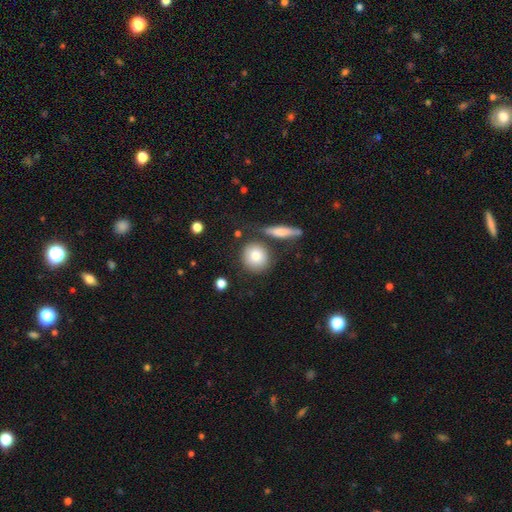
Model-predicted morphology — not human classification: A smooth galaxy with no disk features (80%) that is round (83%). Merging: none (73%).